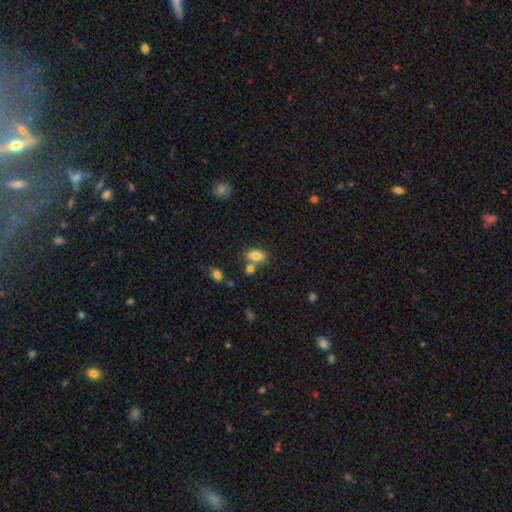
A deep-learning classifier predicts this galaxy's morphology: smooth 84%, star or artifact 9%, featured or disk 7%. Down the decision tree: how rounded — in between (87%); merging — none (59%).